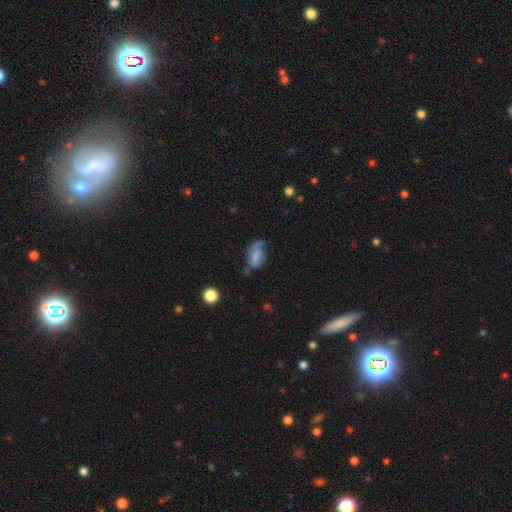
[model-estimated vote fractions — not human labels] Smooth or featured?
  - smooth: 58% *
  - featured or disk: 31%
  - star or artifact: 11%
How rounded?
  - in between: 87% *
  - round: 8%
  - cigar-shaped: 5%
Merging?
  - minor disturbance: 33% * (tied)
  - none: 33% * (tied)
  - major disturbance: 29%
  - merger: 5%